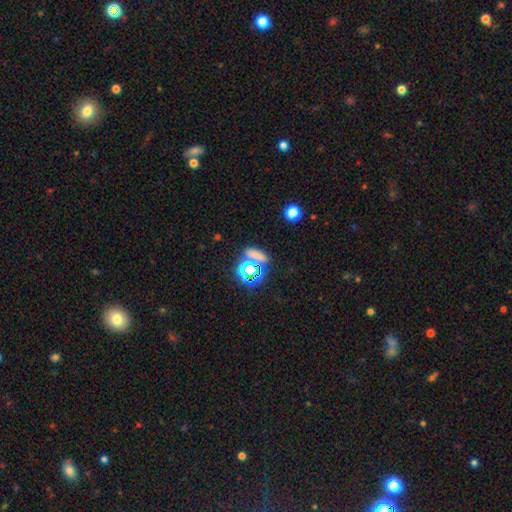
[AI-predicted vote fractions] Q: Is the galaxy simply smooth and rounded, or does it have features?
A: star or artifact — 44%.